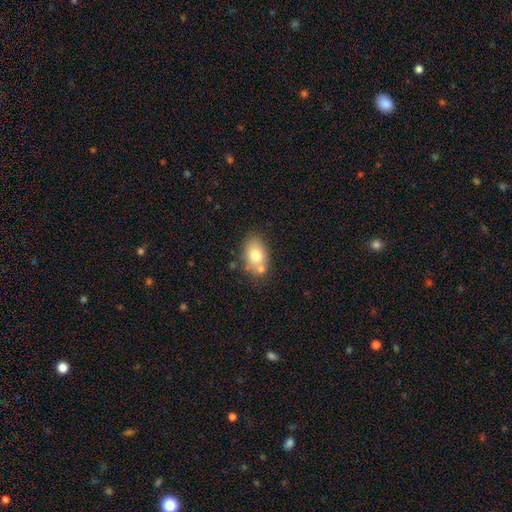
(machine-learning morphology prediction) type=smooth (74%); roundness=in between (83%); merging=none (63%).